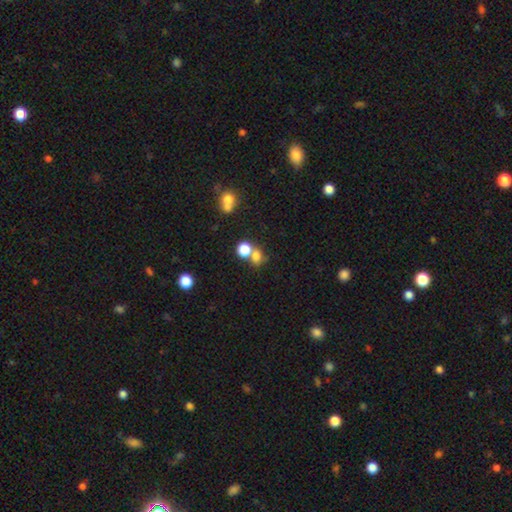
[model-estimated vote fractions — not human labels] smooth_or_featured: smooth (p=0.73) [alt: star or artifact p=0.18]
how_rounded: round (p=0.66) [alt: in between p=0.33]
merging: none (p=0.48) [alt: merger p=0.37]